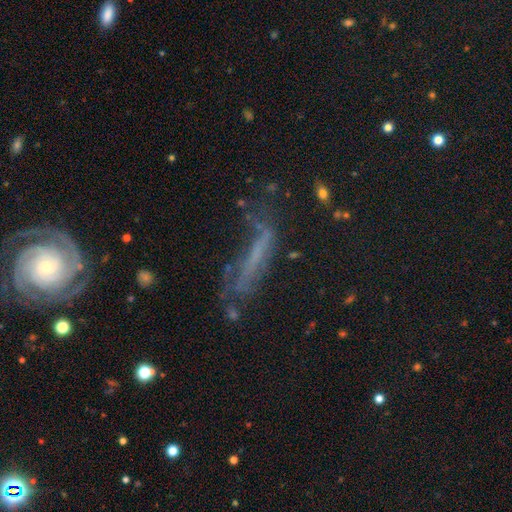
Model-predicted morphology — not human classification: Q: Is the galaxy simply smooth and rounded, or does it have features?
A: featured or disk — 54%.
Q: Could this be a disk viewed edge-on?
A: no — 68%.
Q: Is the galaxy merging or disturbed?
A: none — 42%.